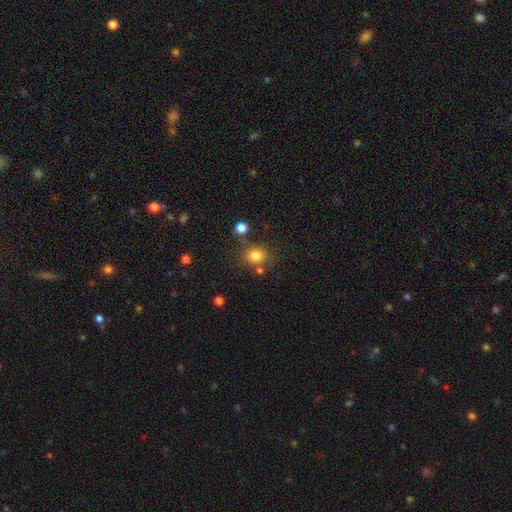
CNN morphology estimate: This is clearly a smooth galaxy (81%). How rounded: likely round (71%). Merging: likely none (72%).